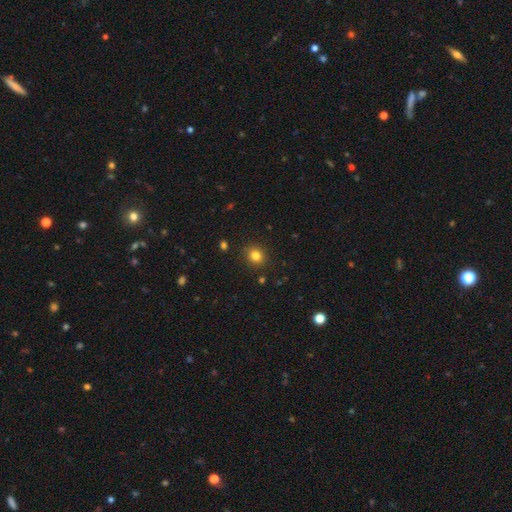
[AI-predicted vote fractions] Morphology: type=smooth (81%); roundness=round (74%); merging=none (89%).